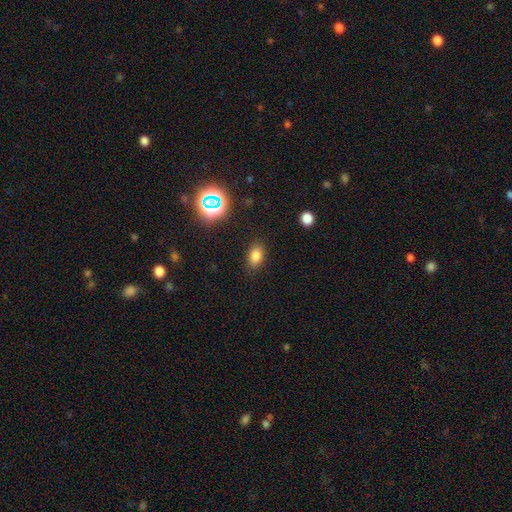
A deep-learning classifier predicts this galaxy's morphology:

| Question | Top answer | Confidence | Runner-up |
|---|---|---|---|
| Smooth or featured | smooth | 78% | star or artifact (15%) |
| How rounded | in between | 82% | round (16%) |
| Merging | none | 83% | minor disturbance (12%) |